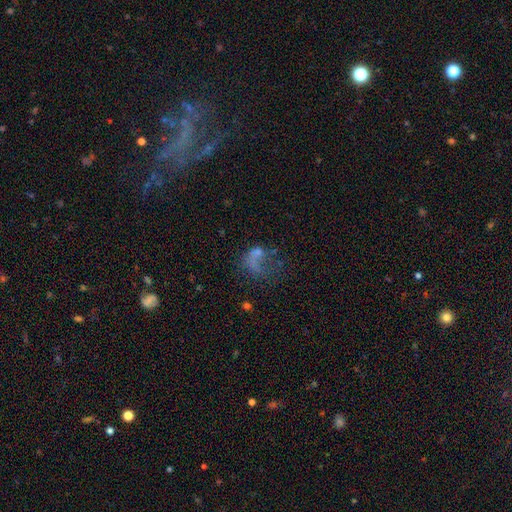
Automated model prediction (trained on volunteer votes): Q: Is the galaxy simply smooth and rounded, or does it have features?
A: smooth — 46%.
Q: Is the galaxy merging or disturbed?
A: major disturbance — 50%.